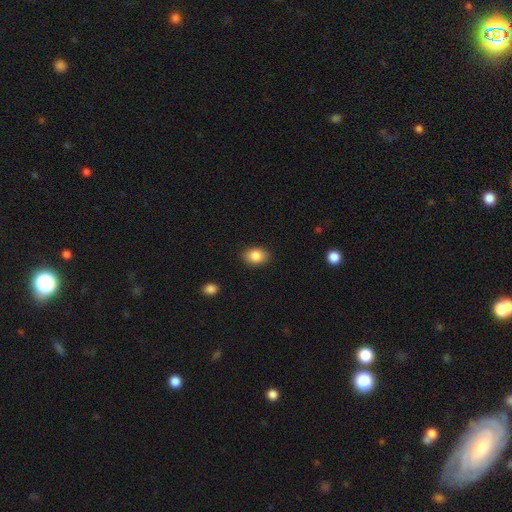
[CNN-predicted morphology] Smooth or featured: smooth — 86% (star or artifact — 8%)
How rounded: in between — 78% (round — 21%)
Merging: none — 88% (minor disturbance — 9%)